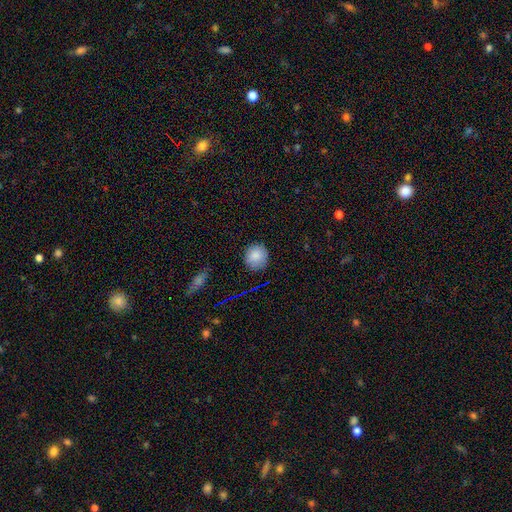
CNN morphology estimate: type=smooth (86%); roundness=round (87%); merging=none (85%).